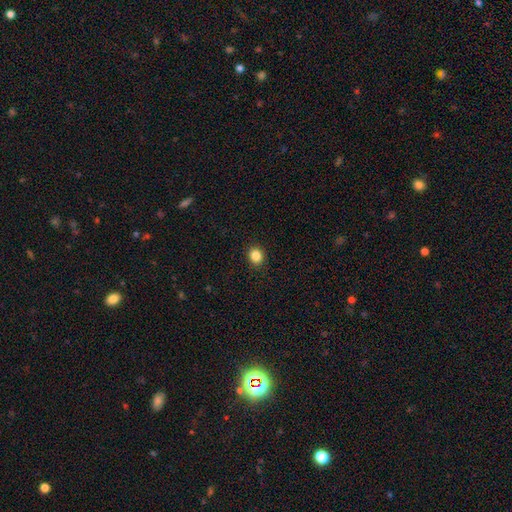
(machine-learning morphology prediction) Q: Smooth or featured?
A: smooth (85%); runner-up: star or artifact (11%)
Q: How rounded?
A: round (74%); runner-up: in between (25%)
Q: Merging?
A: none (91%); runner-up: minor disturbance (6%)